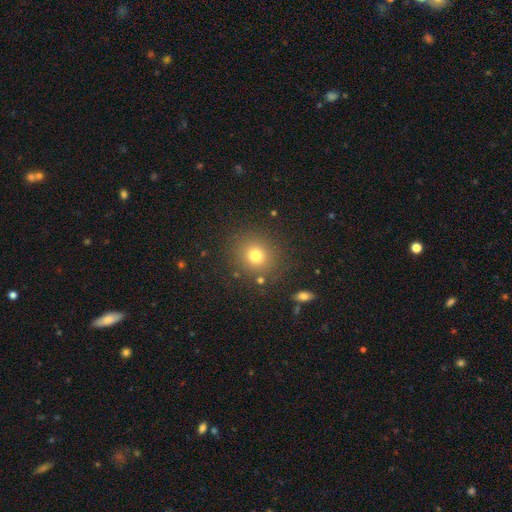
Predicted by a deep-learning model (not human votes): Overall: smooth (75%). How rounded: round (86%). Merging: none (86%).